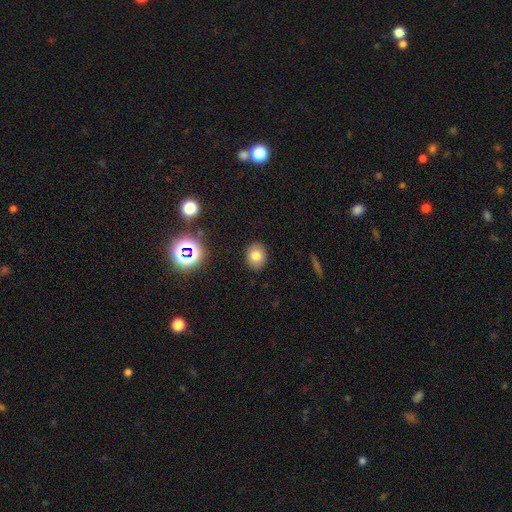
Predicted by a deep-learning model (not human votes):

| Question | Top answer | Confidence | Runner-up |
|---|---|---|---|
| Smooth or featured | smooth | 76% | star or artifact (13%) |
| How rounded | round | 51% | in between (48%) |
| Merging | none | 88% | minor disturbance (8%) |